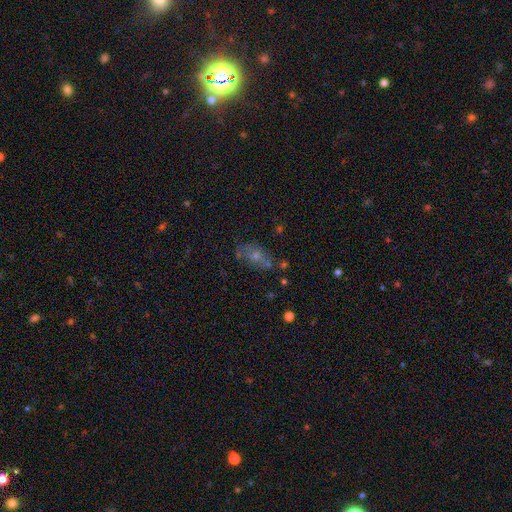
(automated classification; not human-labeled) Smooth or featured? smooth (46%)
Merging? none (64%)